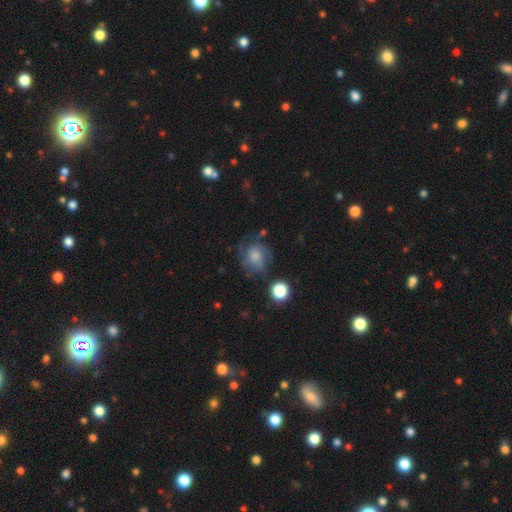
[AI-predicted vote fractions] The model was most divided on "smooth or featured": featured or disk: 44%, smooth: 43%, star or artifact: 14%. More confident: merging — none (65%).